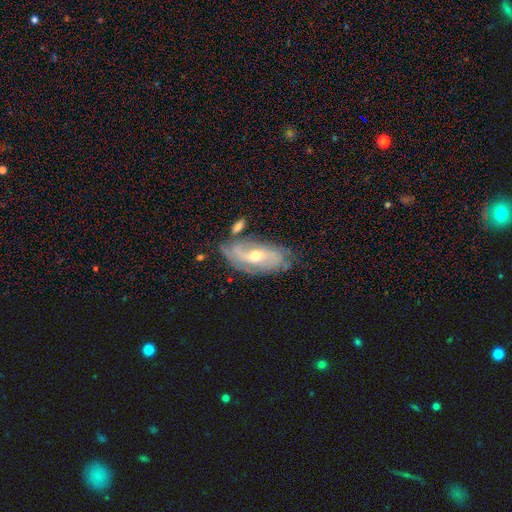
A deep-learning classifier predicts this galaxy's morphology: Smooth or featured?
  - featured or disk: 78% *
  - smooth: 14%
  - star or artifact: 7%
Edge-on disk?
  - no: 91% *
  - yes: 9%
Bar?
  - no: 53% *
  - weak: 34%
  - strong: 13%
Spiral arms?
  - yes: 89% *
  - no: 11%
Spiral winding?
  - tight: 46% *
  - medium: 35%
  - loose: 19%
Spiral arm count?
  - 2: 46% *
  - can't tell: 32%
  - 3: 11%
  - 1: 4%
  - 4: 4%
  - more than 4: 3%
Bulge size?
  - moderate: 54% *
  - small: 43%
  - large: 2%
  - none: 1%
  - dominant: 1%
Merging?
  - none: 59% *
  - minor disturbance: 22%
  - merger: 11%
  - major disturbance: 9%